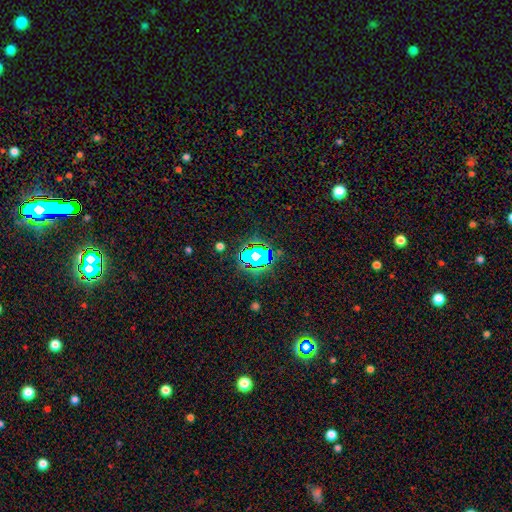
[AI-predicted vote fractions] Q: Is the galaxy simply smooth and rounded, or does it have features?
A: star or artifact — 65%.